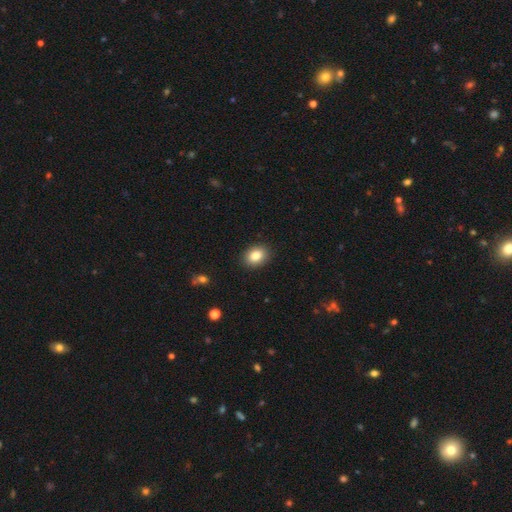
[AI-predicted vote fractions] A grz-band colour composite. It shows a smooth galaxy with no disk features (85%) that is in between round and cigar-shaped (65%). Merging: none (90%).